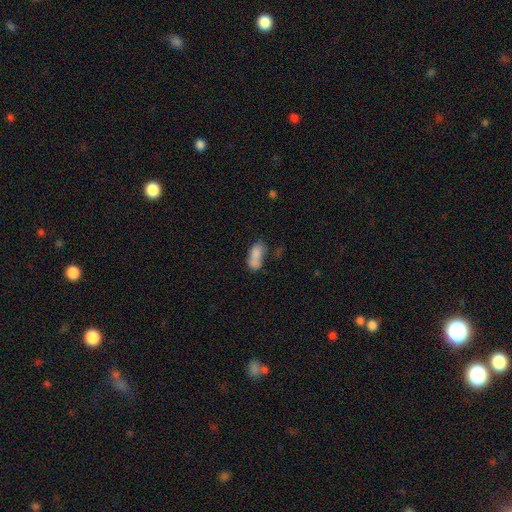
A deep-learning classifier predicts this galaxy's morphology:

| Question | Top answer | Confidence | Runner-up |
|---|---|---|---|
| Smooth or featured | smooth | 78% | featured or disk (12%) |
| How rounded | in between | 86% | cigar-shaped (9%) |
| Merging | none | 38% | merger (31%) |